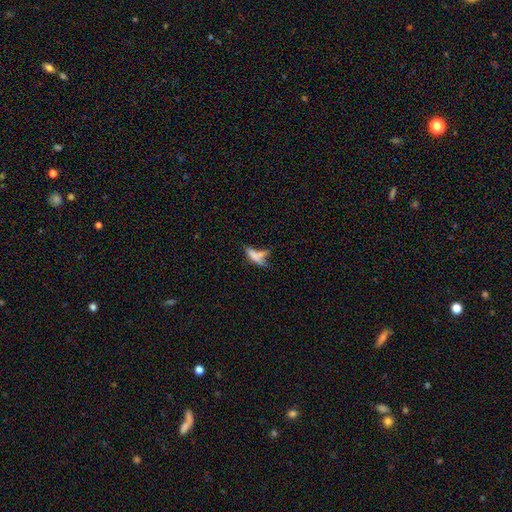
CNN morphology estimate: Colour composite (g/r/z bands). It shows a smooth galaxy with no disk features (63%) that is cigar-shaped (55%). Merging: merger (41%).